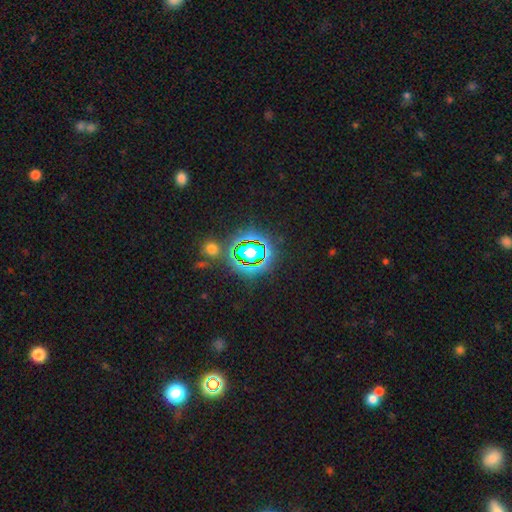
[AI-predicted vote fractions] Smooth or featured: star or artifact — 78% (smooth — 14%)